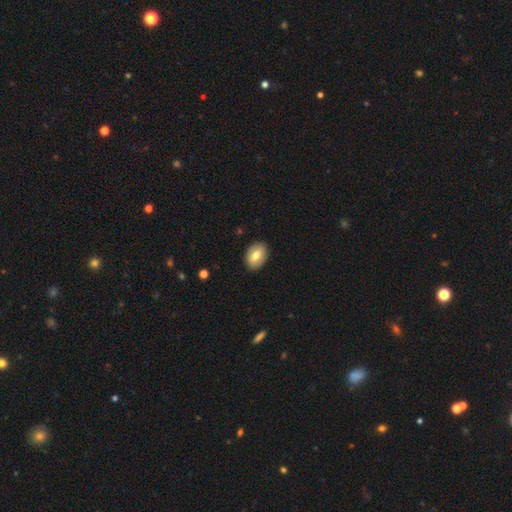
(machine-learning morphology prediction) Q: Smooth or featured?
A: smooth (69%); runner-up: featured or disk (24%)
Q: How rounded?
A: in between (83%); runner-up: round (16%)
Q: Merging?
A: none (88%); runner-up: minor disturbance (9%)